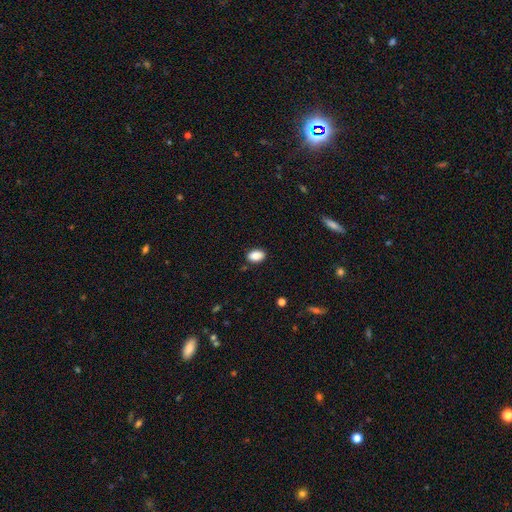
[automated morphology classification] A smooth galaxy with no disk features (88%) that is in between round and cigar-shaped (89%). Merging: none (86%).